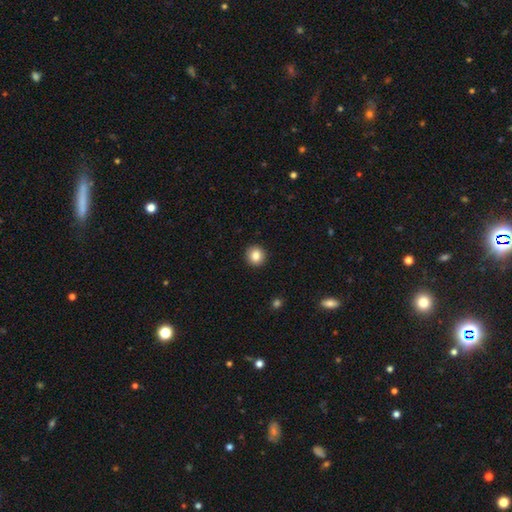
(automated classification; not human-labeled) A smooth galaxy with no disk features (85%) that is round (92%).

Vote fractions:
- Smooth or featured? smooth: 85% / star or artifact: 9% / featured or disk: 6%
- How rounded? round: 92% / in between: 7% / cigar-shaped: 1%
- Merging? none: 92% / minor disturbance: 5% / major disturbance: 2% / merger: 1%